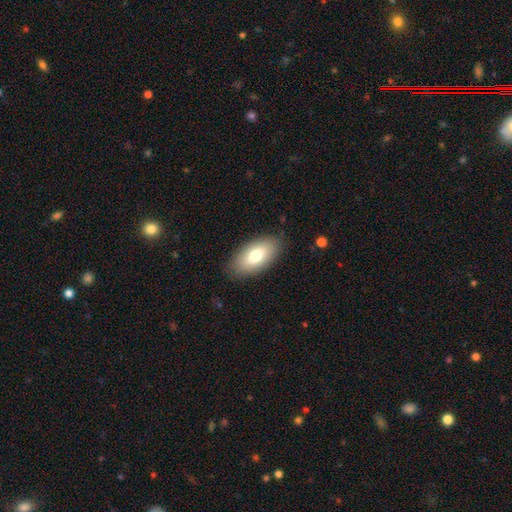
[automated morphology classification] This is likely a smooth galaxy (75%). How rounded: clearly in between (93%). Merging: clearly none (86%).